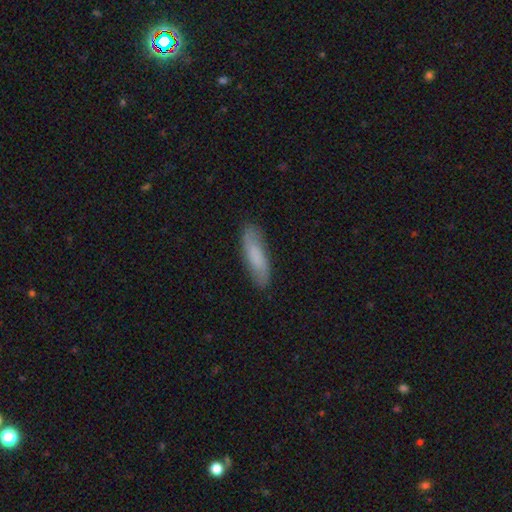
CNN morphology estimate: Smooth or featured: smooth — 68% (featured or disk — 25%)
How rounded: cigar-shaped — 64% (in between — 34%)
Merging: none — 83% (minor disturbance — 13%)